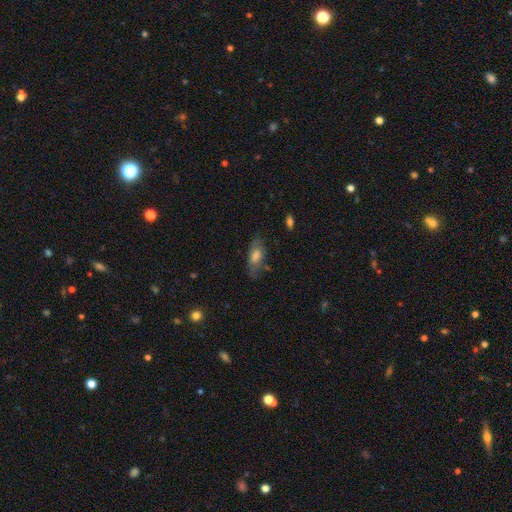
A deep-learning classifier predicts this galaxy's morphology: Smooth or featured? Predicted: smooth (p=0.57). How rounded? Predicted: in between (p=0.77). Merging? Predicted: none (p=0.67).